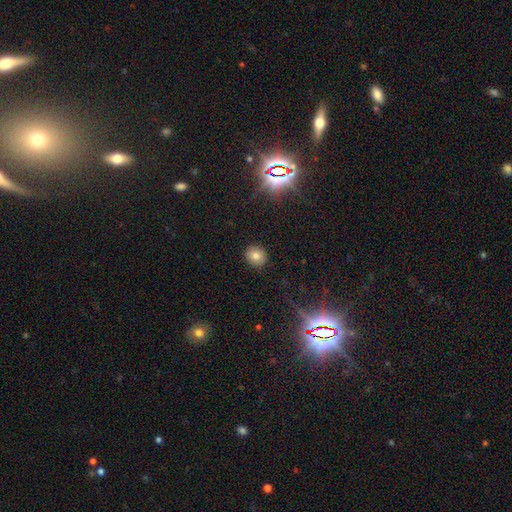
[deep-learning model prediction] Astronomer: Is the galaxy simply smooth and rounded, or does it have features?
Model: smooth — 77%.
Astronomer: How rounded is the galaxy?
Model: round — 84%.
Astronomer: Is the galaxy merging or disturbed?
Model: none — 90%.